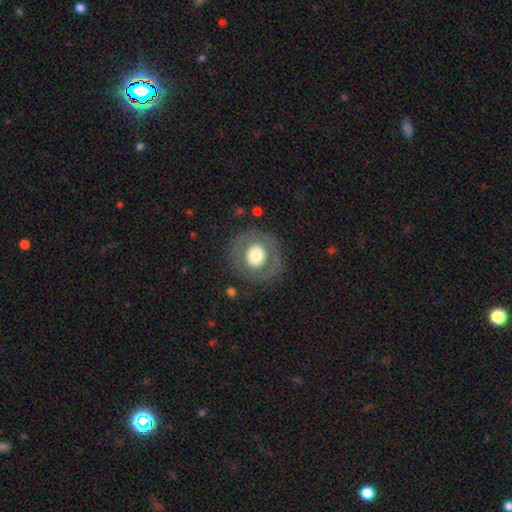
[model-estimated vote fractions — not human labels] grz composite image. It shows a smooth galaxy with no disk features (53%) that is round (91%). Merging: none (81%).